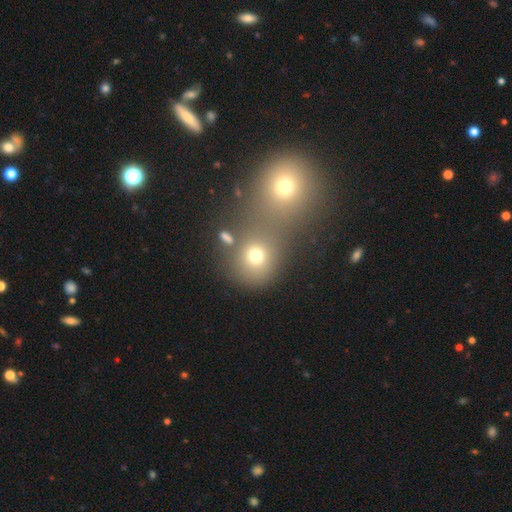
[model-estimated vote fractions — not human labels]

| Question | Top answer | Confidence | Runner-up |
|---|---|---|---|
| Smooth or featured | smooth | 72% | star or artifact (17%) |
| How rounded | round | 77% | in between (22%) |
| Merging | none | 56% | merger (30%) |